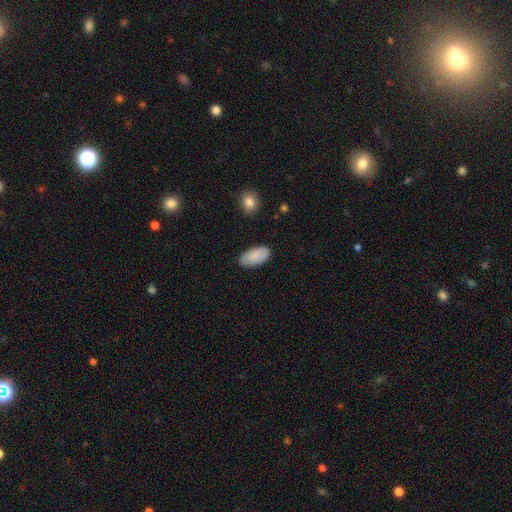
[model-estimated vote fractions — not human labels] smooth_or_featured: smooth (p=0.86) [alt: featured or disk p=0.08]
how_rounded: in between (p=0.94) [alt: cigar-shaped p=0.03]
merging: none (p=0.82) [alt: minor disturbance p=0.14]